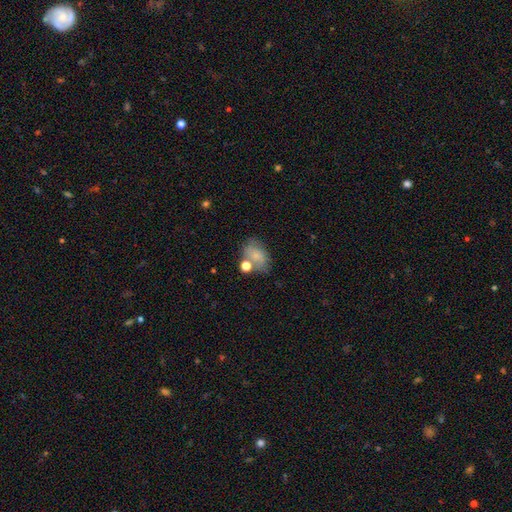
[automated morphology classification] This is likely a smooth galaxy (69%). How rounded: likely in between (77%). Merging: possibly none (50%).